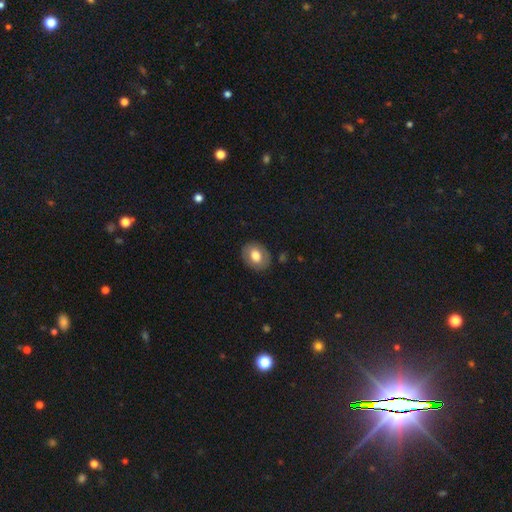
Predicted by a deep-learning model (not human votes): A smooth galaxy with no disk features (69%) that is in between round and cigar-shaped (55%).

Vote fractions:
- Smooth or featured? smooth: 69% / featured or disk: 24% / star or artifact: 7%
- How rounded? in between: 55% / round: 44% / cigar-shaped: 1%
- Merging? none: 86% / minor disturbance: 10% / major disturbance: 3% / merger: 1%